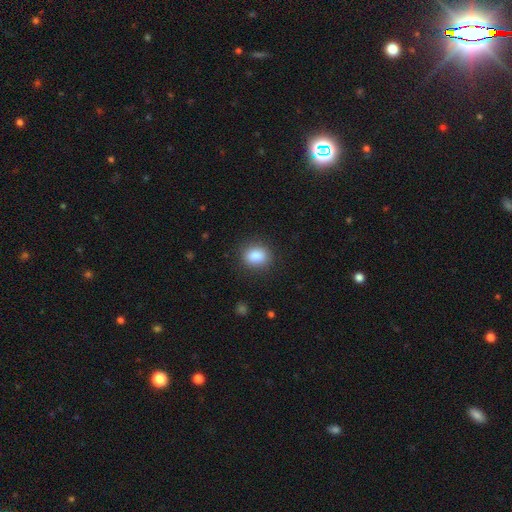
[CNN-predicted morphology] A smooth galaxy with no disk features (86%) that is round (55%).

Vote fractions:
- Smooth or featured? smooth: 86% / star or artifact: 9% / featured or disk: 5%
- How rounded? round: 55% / in between: 44% / cigar-shaped: 1%
- Merging? none: 86% / minor disturbance: 10% / major disturbance: 3% / merger: 1%